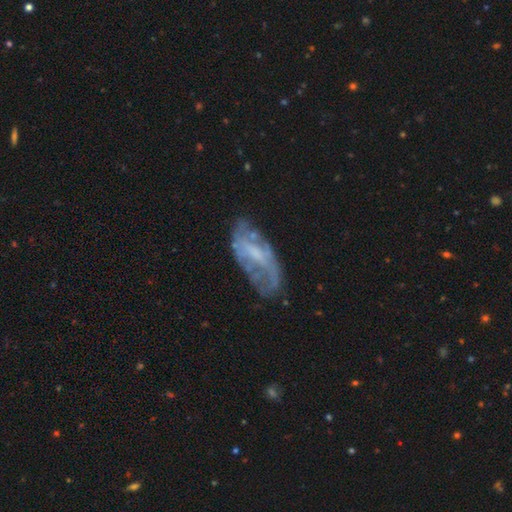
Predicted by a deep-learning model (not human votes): Overall: featured or disk (66%). Edge-on disk: no (89%). Bar: weak (45%; no 39%). Spiral arms: yes (72%). Bulge size: small (48%; moderate 27%). Merging: none (61%; minor disturbance 22%).